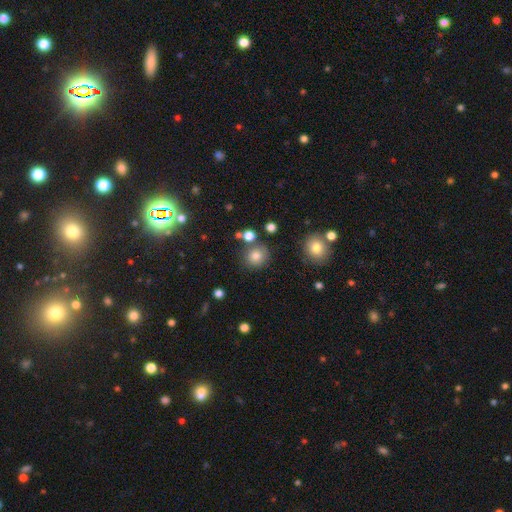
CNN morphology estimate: Smooth or featured? Predicted: smooth (p=0.82). How rounded? Predicted: round (p=0.85). Merging? Predicted: none (p=0.77).